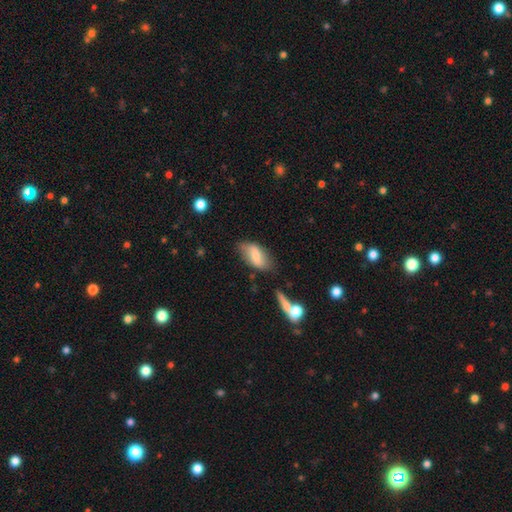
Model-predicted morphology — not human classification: Smooth or featured: smooth — 67% (featured or disk — 26%)
How rounded: in between — 89% (cigar-shaped — 8%)
Merging: none — 66% (minor disturbance — 23%)